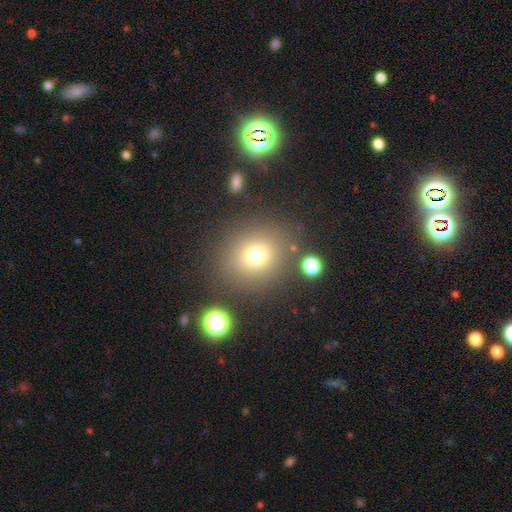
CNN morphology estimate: smooth-or-featured: smooth: 73% | star or artifact: 17% | featured or disk: 10%
  how-rounded: round: 79% | in between: 20% | cigar-shaped: 1%
  merging: none: 82% | minor disturbance: 9% | major disturbance: 5% | merger: 4%